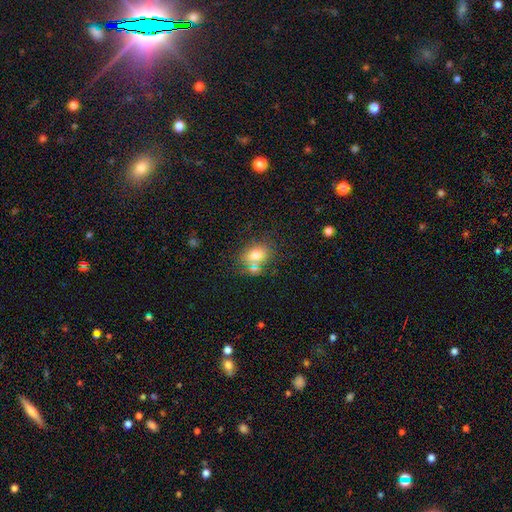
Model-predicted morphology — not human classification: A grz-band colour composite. It shows a smooth galaxy with no disk features (75%) that is in between round and cigar-shaped (65%). Merging: none (77%).